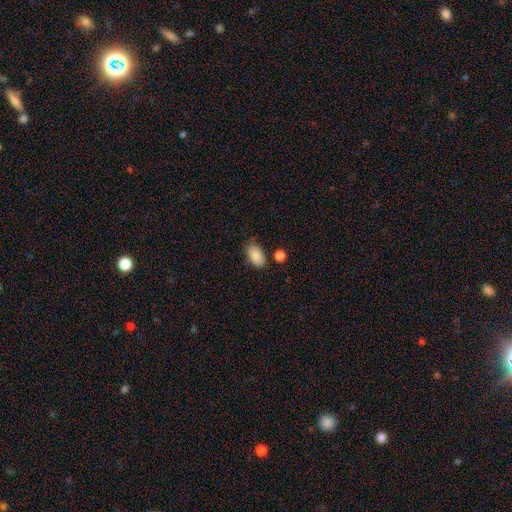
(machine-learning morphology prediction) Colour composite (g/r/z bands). It shows a smooth galaxy with no disk features (88%) that is in between round and cigar-shaped (93%). Merging: none (75%).